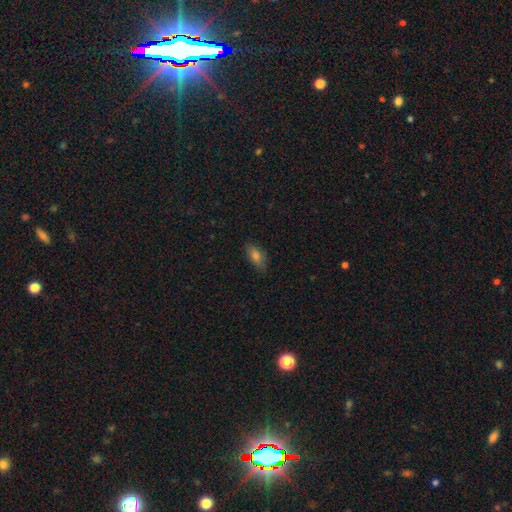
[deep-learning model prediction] The model was most divided on "smooth or featured": smooth: 74%, featured or disk: 14%, star or artifact: 12%. More confident: how rounded — in between (80%); merging — none (80%).